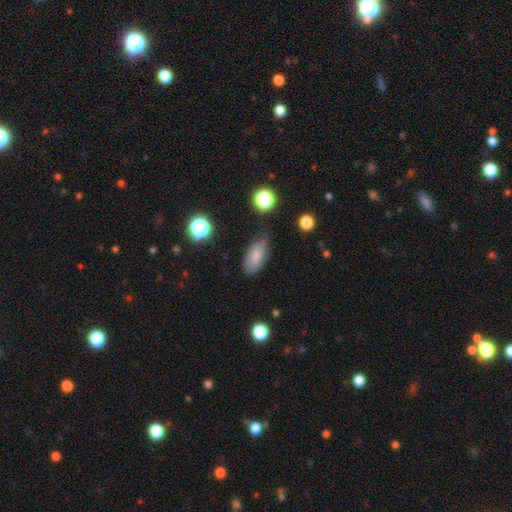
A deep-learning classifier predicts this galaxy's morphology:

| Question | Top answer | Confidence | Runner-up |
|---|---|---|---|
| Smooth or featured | smooth | 80% | featured or disk (10%) |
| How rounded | in between | 87% | cigar-shaped (10%) |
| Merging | none | 62% | minor disturbance (28%) |